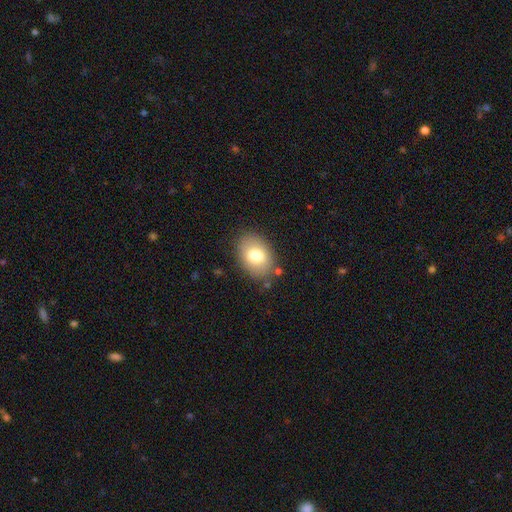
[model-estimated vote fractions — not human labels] Smooth or featured? smooth (77%)
How rounded? in between (81%)
Merging? none (82%)